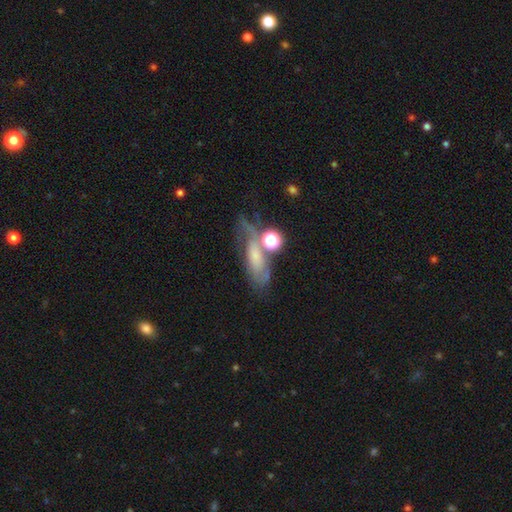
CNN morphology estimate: Q: Smooth or featured?
A: featured or disk (43%); runner-up: smooth (40%)
Q: Merging?
A: none (37%); runner-up: major disturbance (24%)